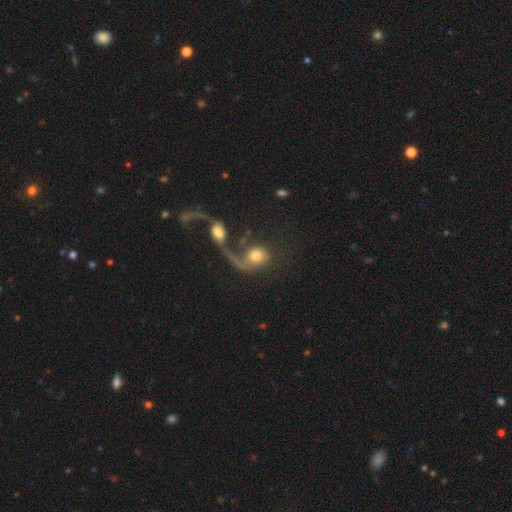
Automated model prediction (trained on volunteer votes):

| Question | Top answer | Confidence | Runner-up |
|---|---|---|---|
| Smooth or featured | smooth | 46% | featured or disk (45%) |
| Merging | merger | 56% | major disturbance (19%) |